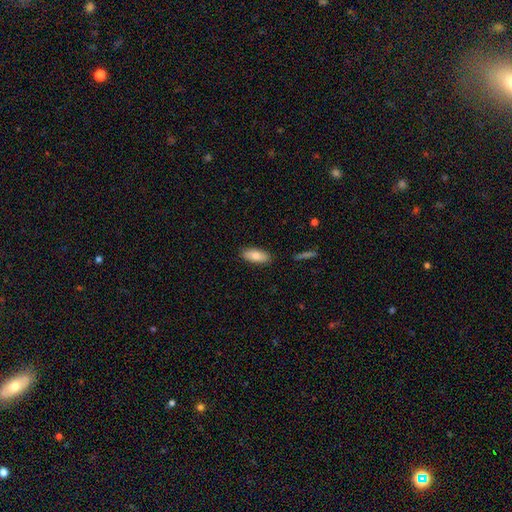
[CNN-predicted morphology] A smooth galaxy with no disk features (80%) that is in between round and cigar-shaped (81%).

Vote fractions:
- Smooth or featured? smooth: 80% / featured or disk: 13% / star or artifact: 6%
- How rounded? in between: 81% / cigar-shaped: 17% / round: 2%
- Merging? none: 88% / minor disturbance: 9% / major disturbance: 2% / merger: 1%